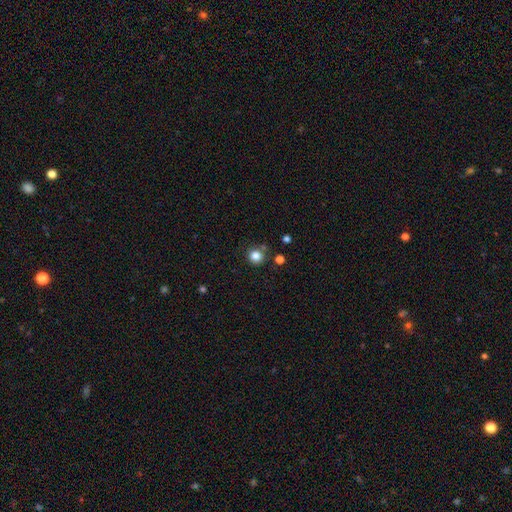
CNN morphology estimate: This appears to be a smooth galaxy with no disk features (83%) that is round (92%). Merging: none (80%).